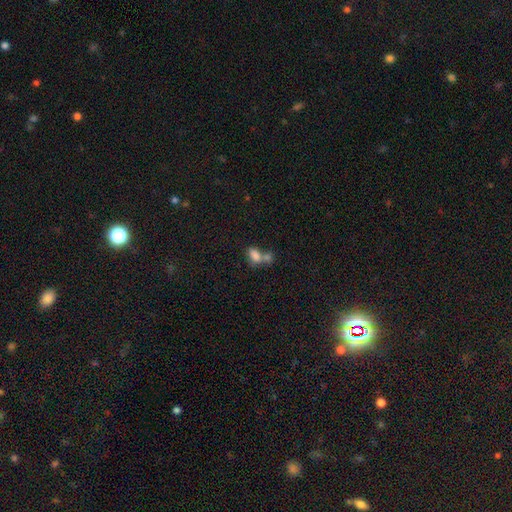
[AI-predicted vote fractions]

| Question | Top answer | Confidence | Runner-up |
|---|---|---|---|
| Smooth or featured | smooth | 80% | featured or disk (10%) |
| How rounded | in between | 87% | round (10%) |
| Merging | merger | 62% | none (23%) |